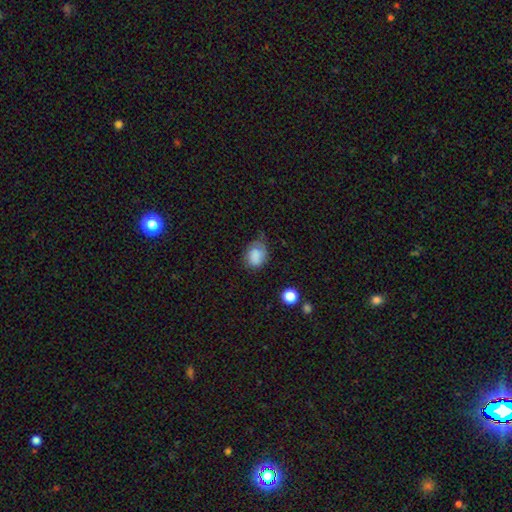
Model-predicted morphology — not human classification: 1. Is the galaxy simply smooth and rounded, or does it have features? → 79% smooth, 12% featured or disk, 9% star or artifact.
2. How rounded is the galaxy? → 58% in between, 41% round, 1% cigar-shaped.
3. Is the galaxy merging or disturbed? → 46% none, 36% minor disturbance, 16% major disturbance, 2% merger.